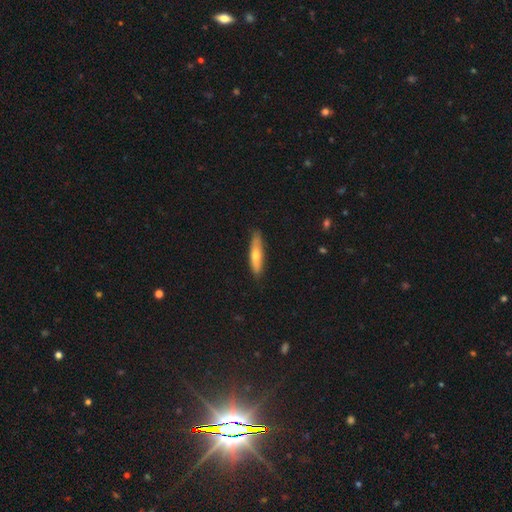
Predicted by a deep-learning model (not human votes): This is possibly a smooth galaxy (56%). How rounded: clearly cigar-shaped (81%). Merging: clearly none (85%).